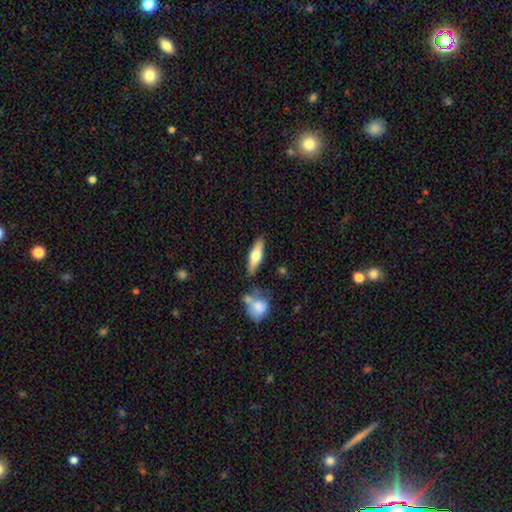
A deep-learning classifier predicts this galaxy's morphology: Overall: smooth (58%; featured or disk 36%). How rounded: cigar-shaped (52%; in between 45%). Merging: none (81%).